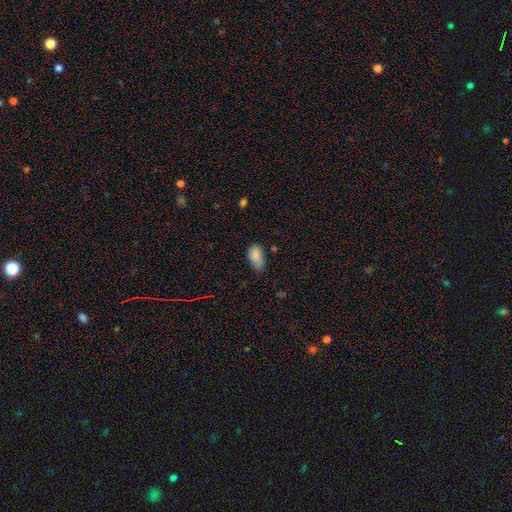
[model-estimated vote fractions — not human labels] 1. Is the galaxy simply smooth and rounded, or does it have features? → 85% smooth, 9% star or artifact, 6% featured or disk.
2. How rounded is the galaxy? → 92% in between, 5% round, 3% cigar-shaped.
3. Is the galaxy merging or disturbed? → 51% none, 37% minor disturbance, 9% major disturbance, 3% merger.